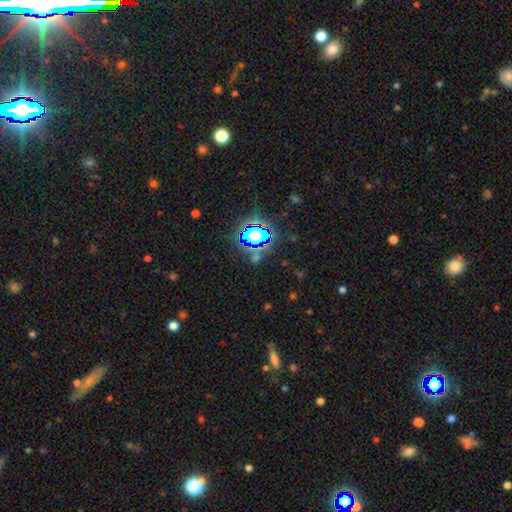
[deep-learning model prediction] Smooth or featured: star or artifact — 66% (smooth — 25%)